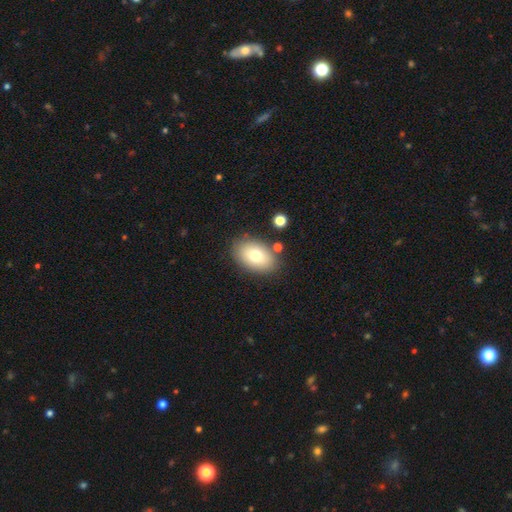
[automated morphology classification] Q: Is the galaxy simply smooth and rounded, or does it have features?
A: smooth — 76%.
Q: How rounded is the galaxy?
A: in between — 89%.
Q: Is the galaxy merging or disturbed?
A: none — 81%.